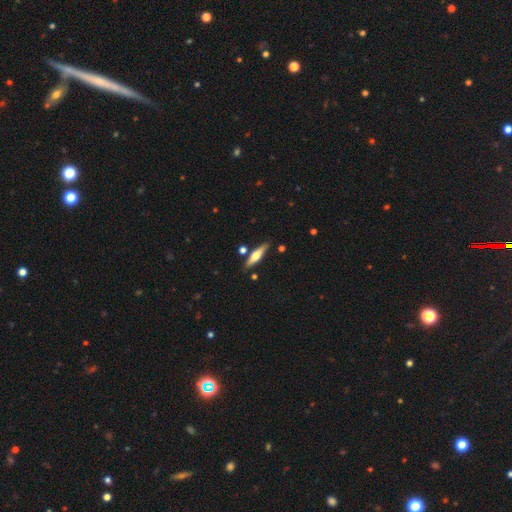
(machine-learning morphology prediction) Smooth or featured? featured or disk (49%)
Merging? none (82%)